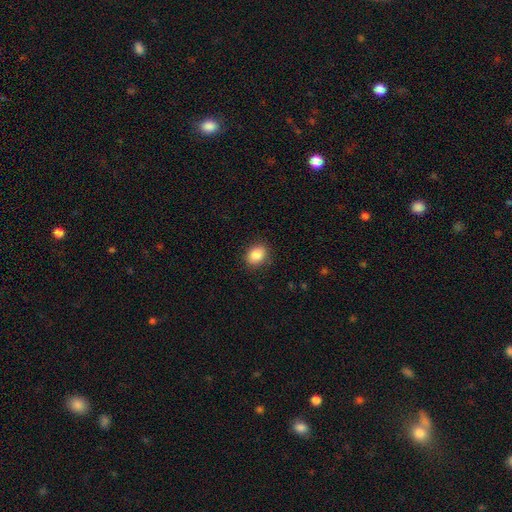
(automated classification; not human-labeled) Smooth or featured? Predicted: smooth (p=0.87). How rounded? Predicted: in between (p=0.54). Merging? Predicted: none (p=0.87).